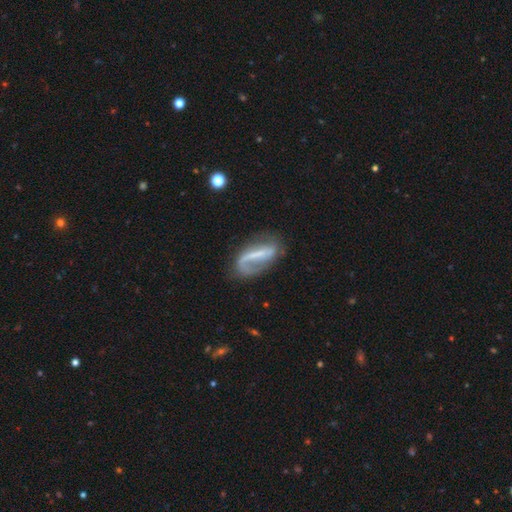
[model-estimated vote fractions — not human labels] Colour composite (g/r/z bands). It shows a featured or disk galaxy (74%) with a strong bar (55%), 2 (51%) loose (52%) spiral arms (81%) and a small central bulge (46%). Merging: none (55%).